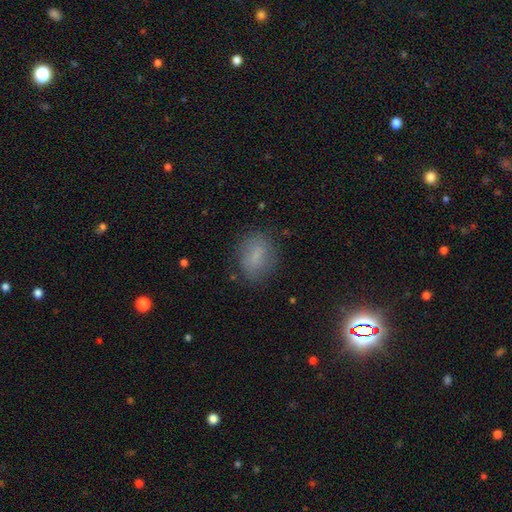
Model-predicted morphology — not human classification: A smooth galaxy with no disk features (71%) that is in between round and cigar-shaped (63%). Merging: none (77%).